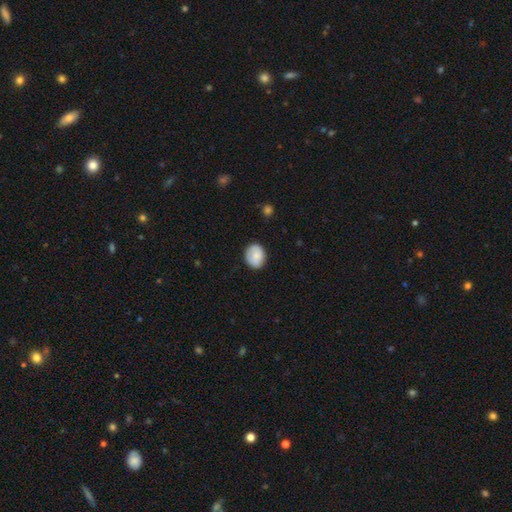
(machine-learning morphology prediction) A smooth galaxy with no disk features (78%) that is round (61%).

Vote fractions:
- Smooth or featured? smooth: 78% / featured or disk: 15% / star or artifact: 7%
- How rounded? round: 61% / in between: 38% / cigar-shaped: 1%
- Merging? none: 81% / minor disturbance: 15% / major disturbance: 3% / merger: 1%